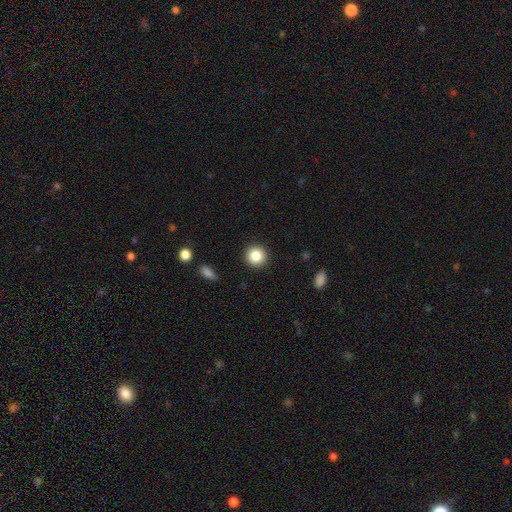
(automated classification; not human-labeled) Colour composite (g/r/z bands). It shows a smooth galaxy with no disk features (86%) that is round (93%). Merging: none (91%).